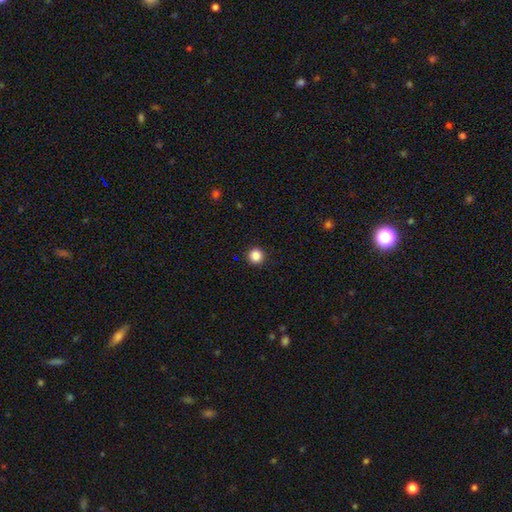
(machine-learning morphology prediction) Smooth or featured? Predicted: smooth (p=0.87). How rounded? Predicted: round (p=0.95). Merging? Predicted: none (p=0.93).